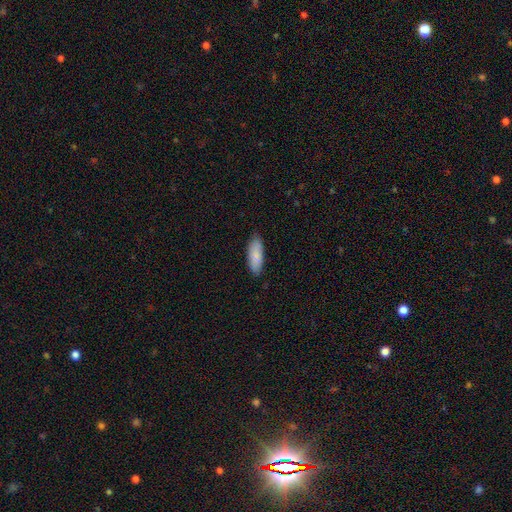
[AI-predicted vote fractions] Q: Smooth or featured?
A: smooth (86%); runner-up: featured or disk (9%)
Q: How rounded?
A: in between (72%); runner-up: cigar-shaped (26%)
Q: Merging?
A: none (85%); runner-up: minor disturbance (11%)